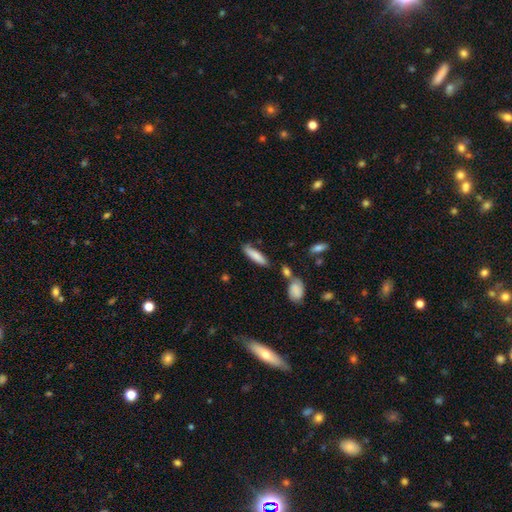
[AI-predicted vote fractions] smooth 81%, featured or disk 13%, star or artifact 6%. Down the decision tree: how rounded — cigar-shaped (70%); merging — none (72%).